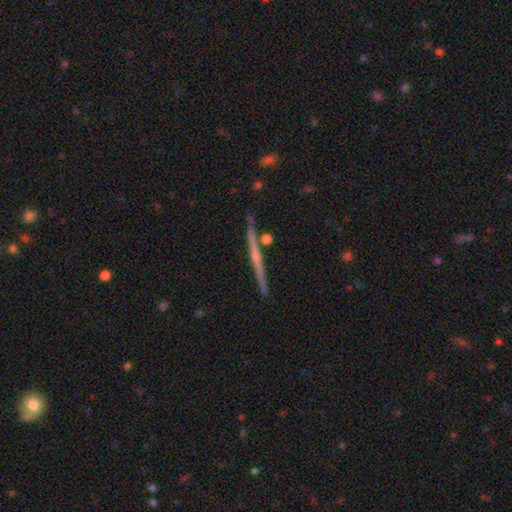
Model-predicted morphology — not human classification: A featured or disk galaxy (75%) viewed edge-on (98%) with a rounded central bulge (52%).

Vote fractions:
- Smooth or featured? featured or disk: 75% / smooth: 19% / star or artifact: 6%
- Edge-on disk? yes: 98% / no: 2%
- Edge-on bulge? rounded: 52% / none: 41% / boxy: 7%
- Merging? none: 89% / minor disturbance: 7% / merger: 3% / major disturbance: 2%